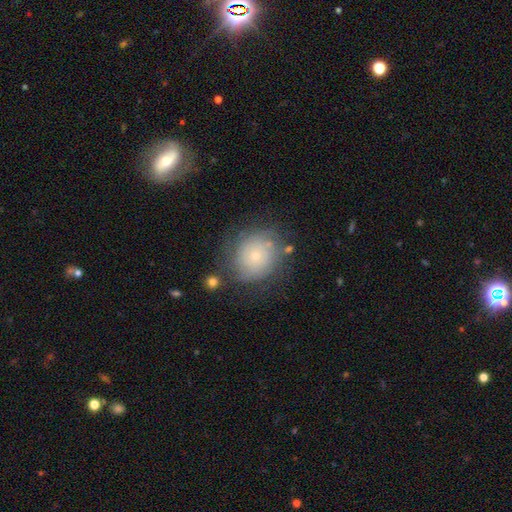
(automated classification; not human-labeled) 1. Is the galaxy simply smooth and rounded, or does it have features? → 46% smooth, 44% featured or disk, 10% star or artifact.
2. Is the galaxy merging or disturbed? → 69% none, 18% minor disturbance, 9% major disturbance, 4% merger.